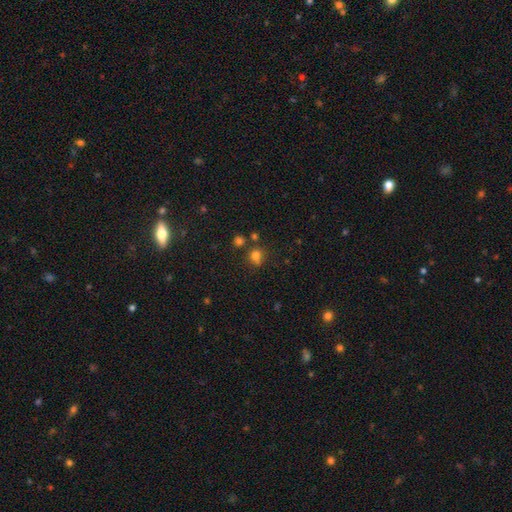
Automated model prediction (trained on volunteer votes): Smooth or featured: smooth — 76% (star or artifact — 17%)
How rounded: round — 79% (in between — 20%)
Merging: none — 67% (merger — 14%)